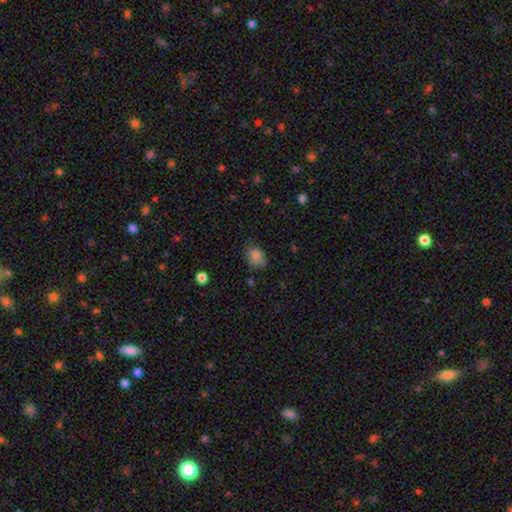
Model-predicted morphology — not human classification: This is clearly a smooth galaxy (82%). How rounded: likely in between (69%). Merging: likely none (68%).